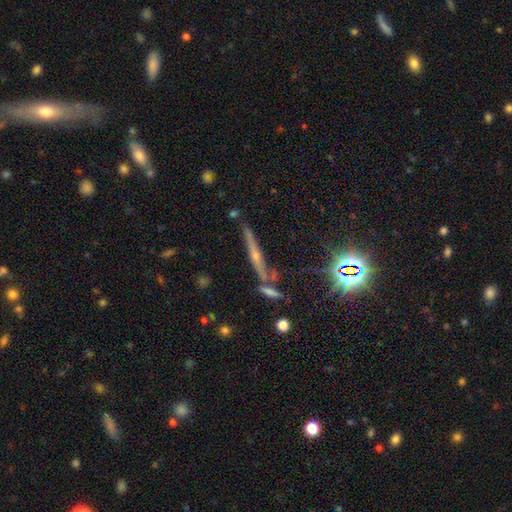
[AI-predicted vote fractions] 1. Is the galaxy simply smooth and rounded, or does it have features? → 59% featured or disk, 24% star or artifact, 18% smooth.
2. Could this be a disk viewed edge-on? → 93% yes, 7% no.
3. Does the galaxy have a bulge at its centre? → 78% rounded, 16% none, 6% boxy.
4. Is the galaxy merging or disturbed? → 73% none, 12% minor disturbance, 11% merger, 4% major disturbance.